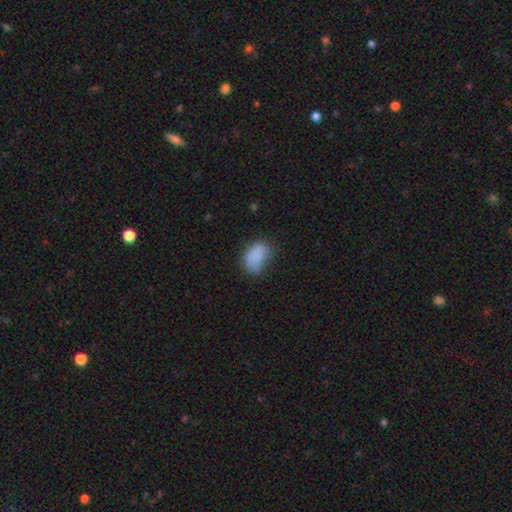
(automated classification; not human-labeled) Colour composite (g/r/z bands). It shows a smooth galaxy with no disk features (84%) that is in between round and cigar-shaped (87%). Merging: none (55%).